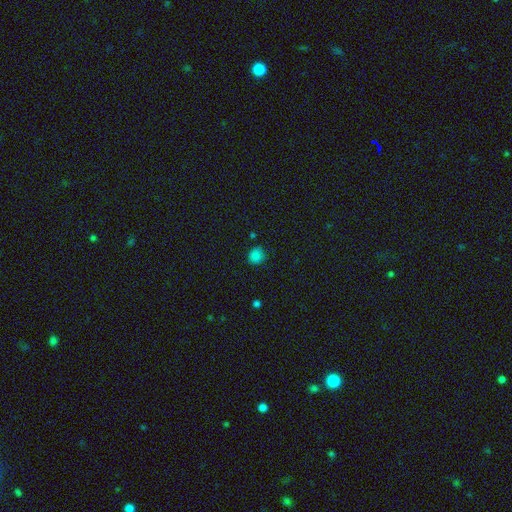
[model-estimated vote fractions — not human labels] smooth_or_featured: smooth (p=0.82) [alt: star or artifact p=0.15]
how_rounded: round (p=0.83) [alt: in between p=0.16]
merging: none (p=0.81) [alt: minor disturbance p=0.14]